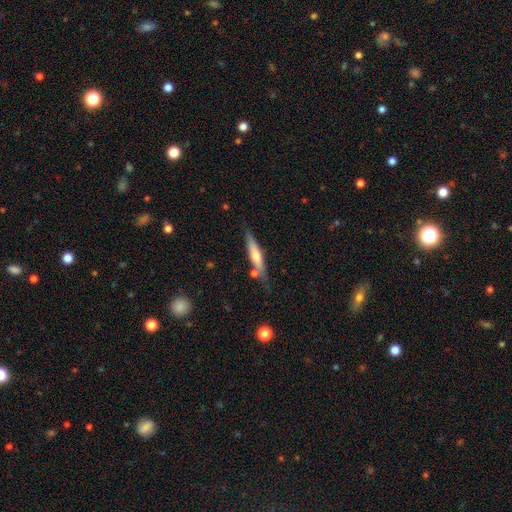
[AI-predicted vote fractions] A smooth galaxy with no disk features (47%, tied with featured or disk).

Vote fractions:
- Smooth or featured? smooth: 47% (tied) / featured or disk: 47% (tied) / star or artifact: 6%
- Merging? none: 73% / minor disturbance: 16% / merger: 8% / major disturbance: 4%